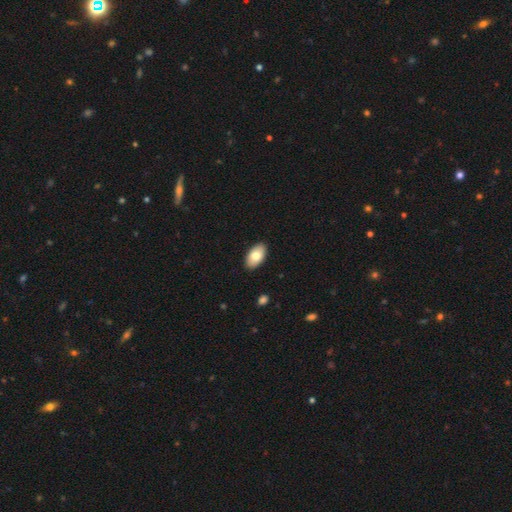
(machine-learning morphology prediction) Q: Smooth or featured?
A: smooth (79%); runner-up: featured or disk (15%)
Q: How rounded?
A: in between (95%); runner-up: round (3%)
Q: Merging?
A: none (89%); runner-up: minor disturbance (8%)